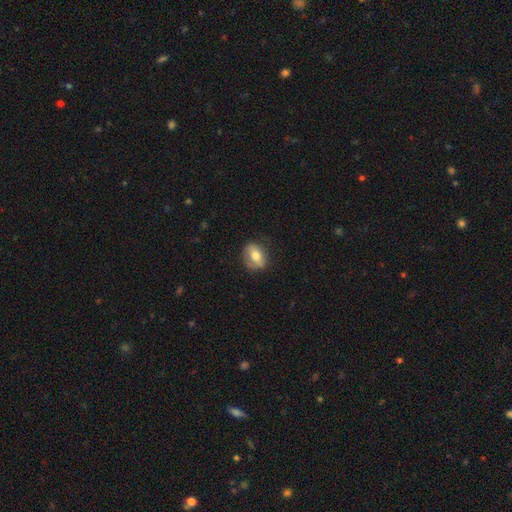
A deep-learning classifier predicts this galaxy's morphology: smooth-or-featured: smooth: 63% | featured or disk: 30% | star or artifact: 7%
  how-rounded: in between: 74% | round: 23% | cigar-shaped: 3%
  merging: none: 73% | minor disturbance: 20% | major disturbance: 6% | merger: 1%